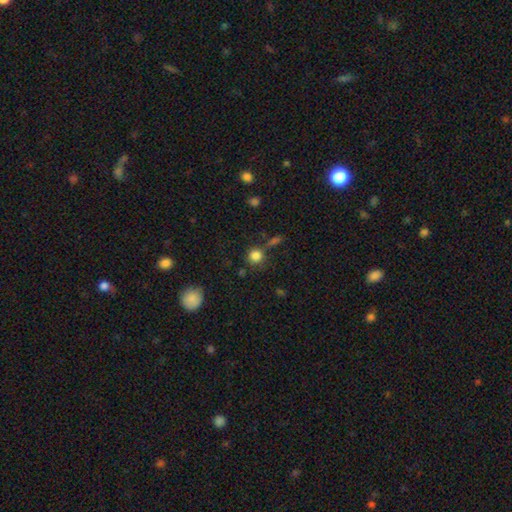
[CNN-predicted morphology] This is clearly a smooth galaxy (83%). How rounded: clearly round (91%). Merging: likely none (74%).